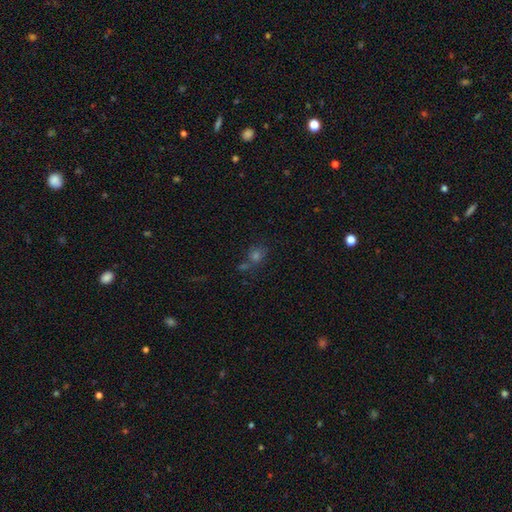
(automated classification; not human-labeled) Smooth or featured? smooth (55%)
How rounded? round (74%)
Merging? none (64%)